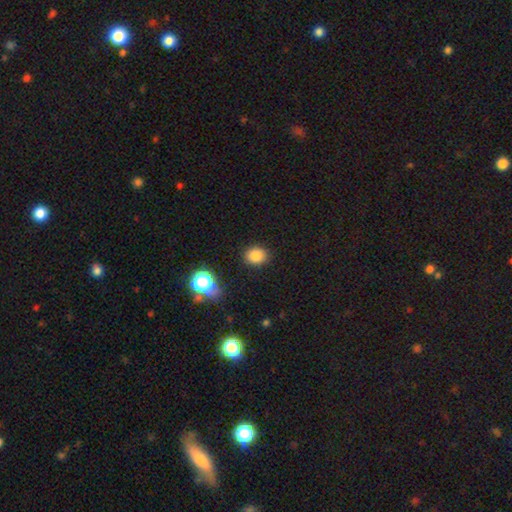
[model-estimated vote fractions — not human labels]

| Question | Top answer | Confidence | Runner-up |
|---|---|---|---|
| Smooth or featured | smooth | 84% | star or artifact (11%) |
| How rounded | round | 62% | in between (37%) |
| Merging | none | 85% | minor disturbance (10%) |